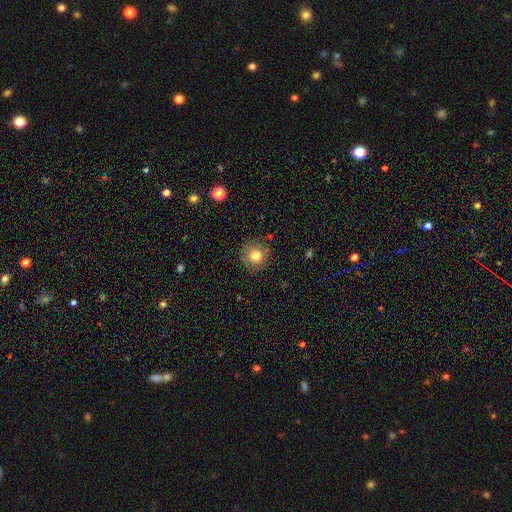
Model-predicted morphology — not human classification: The model was most divided on "smooth or featured": smooth: 79%, star or artifact: 11%, featured or disk: 11%. More confident: how rounded — round (94%); merging — none (85%).